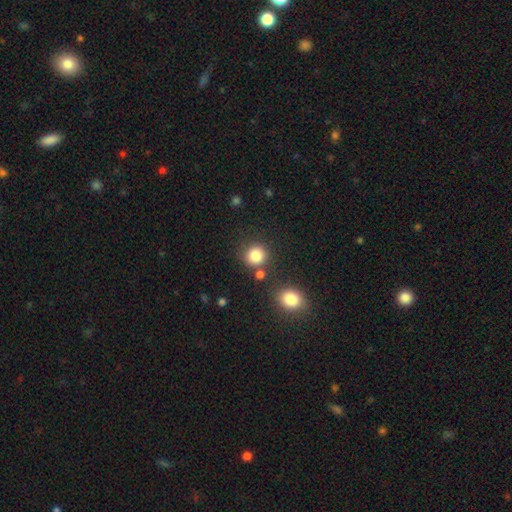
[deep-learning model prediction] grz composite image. It shows a smooth galaxy with no disk features (84%) that is round (88%). Merging: none (76%).